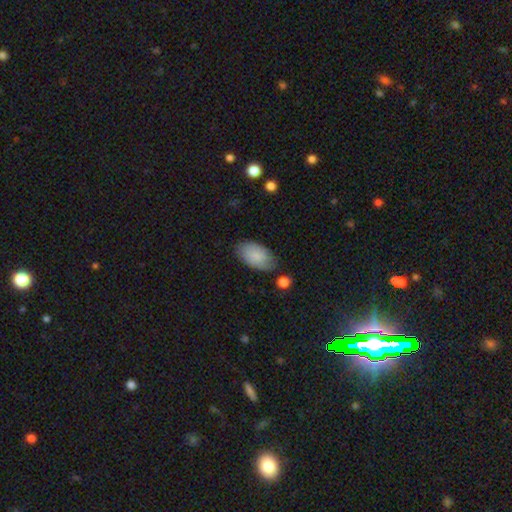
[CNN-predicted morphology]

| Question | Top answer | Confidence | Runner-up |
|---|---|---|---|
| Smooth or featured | smooth | 82% | featured or disk (12%) |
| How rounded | in between | 94% | round (4%) |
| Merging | none | 76% | minor disturbance (17%) |